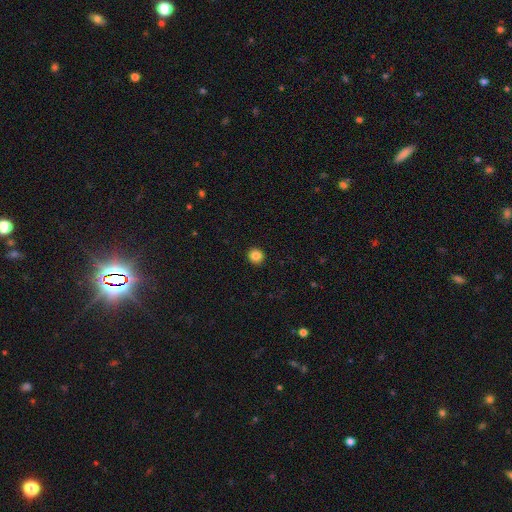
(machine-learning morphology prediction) Smooth or featured: smooth — 86% (star or artifact — 10%)
How rounded: round — 90% (in between — 9%)
Merging: none — 93% (minor disturbance — 4%)